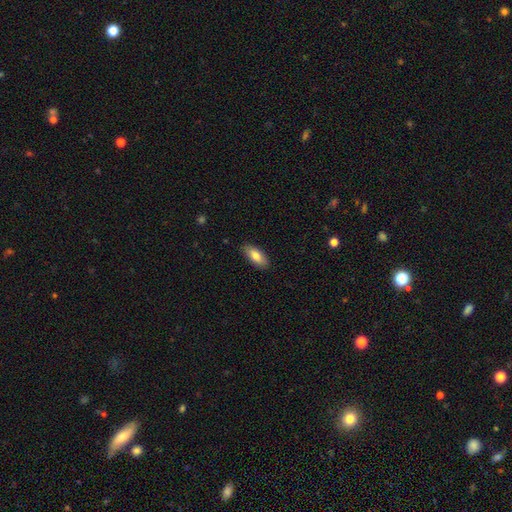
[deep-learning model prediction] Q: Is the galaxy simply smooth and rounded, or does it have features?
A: smooth — 78%.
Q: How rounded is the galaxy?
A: in between — 84%.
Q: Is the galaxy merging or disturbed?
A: none — 87%.